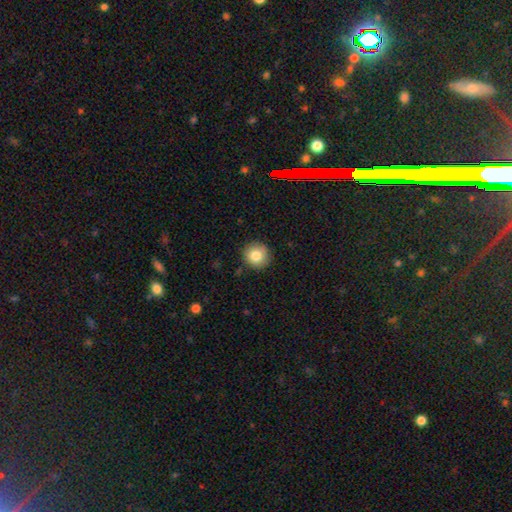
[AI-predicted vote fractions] A smooth galaxy with no disk features (83%) that is round (93%).

Vote fractions:
- Smooth or featured? smooth: 83% / star or artifact: 9% / featured or disk: 8%
- How rounded? round: 93% / in between: 6% / cigar-shaped: 1%
- Merging? none: 88% / minor disturbance: 9% / major disturbance: 2% / merger: 1%